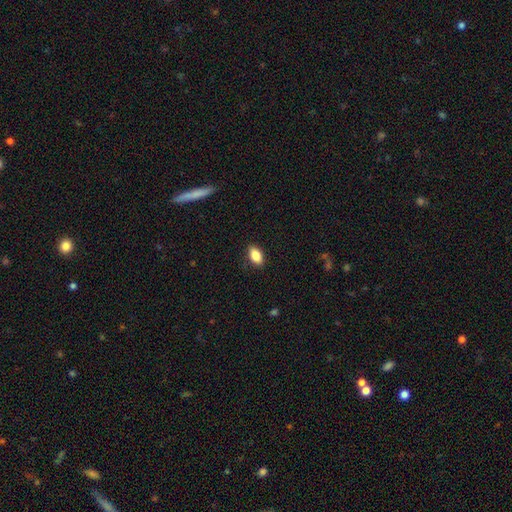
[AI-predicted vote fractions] Smooth or featured? Predicted: smooth (p=0.85). How rounded? Predicted: in between (p=0.90). Merging? Predicted: none (p=0.87).